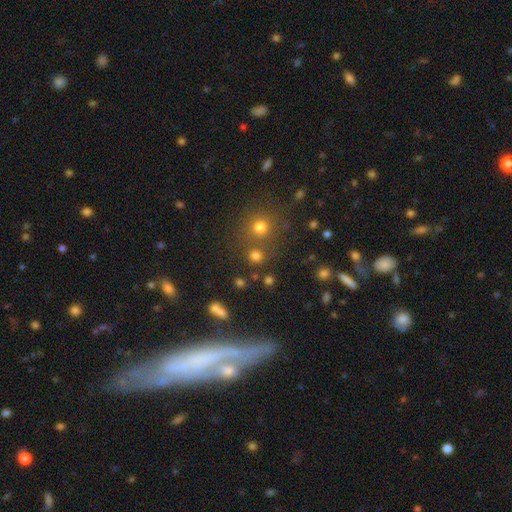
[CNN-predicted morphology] type=smooth (74%); roundness=round (88%); merging=none (71%).